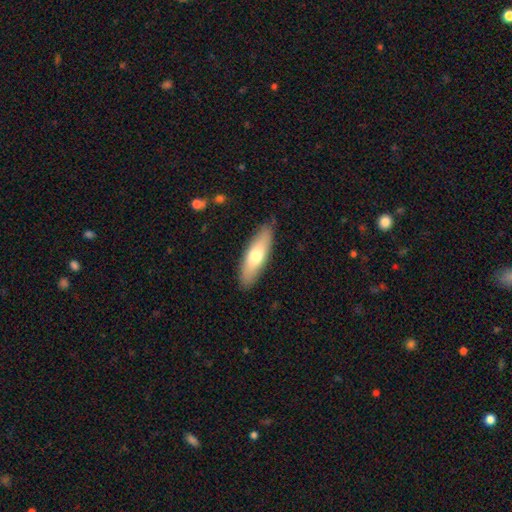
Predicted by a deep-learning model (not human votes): smooth 67%, featured or disk 28%, star or artifact 5%. Down the decision tree: how rounded — cigar-shaped (54%); merging — none (87%).